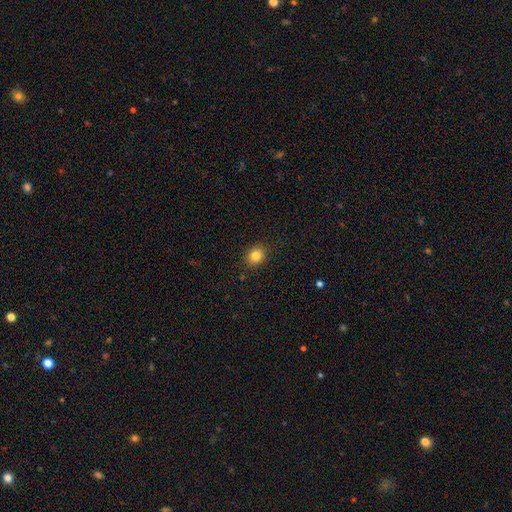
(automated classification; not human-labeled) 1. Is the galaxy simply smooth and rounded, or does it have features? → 83% smooth, 11% star or artifact, 6% featured or disk.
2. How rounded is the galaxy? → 66% round, 33% in between, 1% cigar-shaped.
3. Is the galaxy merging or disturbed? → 87% none, 9% minor disturbance, 2% major disturbance, 1% merger.